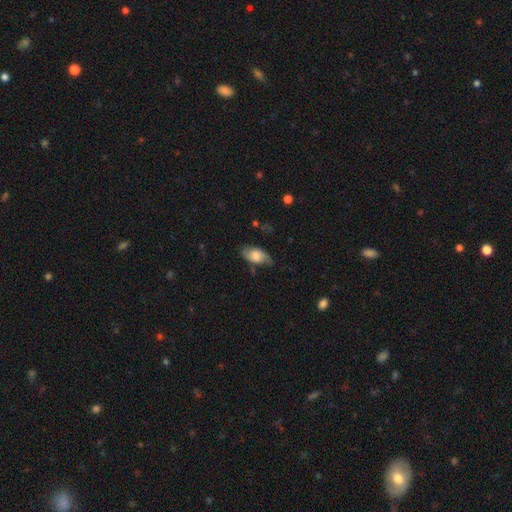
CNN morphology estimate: The model was most divided on "smooth or featured": smooth: 56%, featured or disk: 36%, star or artifact: 8%. More confident: how rounded — in between (90%); merging — none (61%).